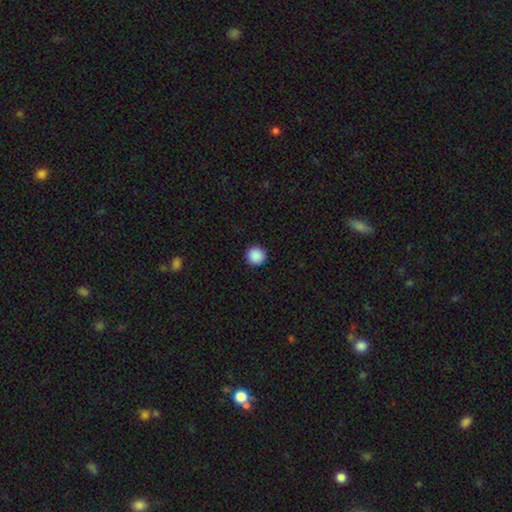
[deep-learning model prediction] Smooth or featured? smooth (89%)
How rounded? round (96%)
Merging? none (93%)